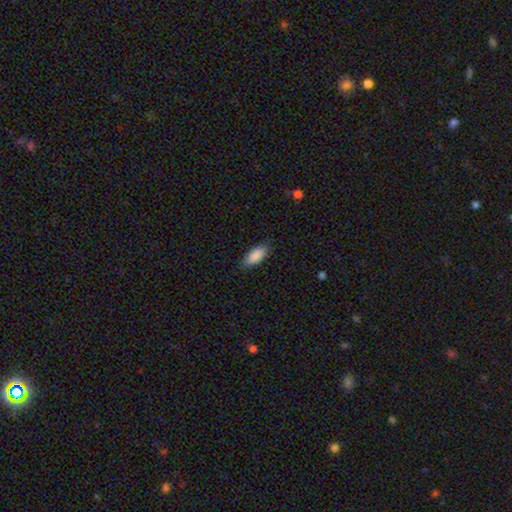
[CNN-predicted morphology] A smooth galaxy with no disk features (88%) that is in between round and cigar-shaped (81%).

Vote fractions:
- Smooth or featured? smooth: 88% / star or artifact: 6% / featured or disk: 5%
- How rounded? in between: 81% / cigar-shaped: 17% / round: 2%
- Merging? none: 82% / minor disturbance: 14% / major disturbance: 3% / merger: 1%